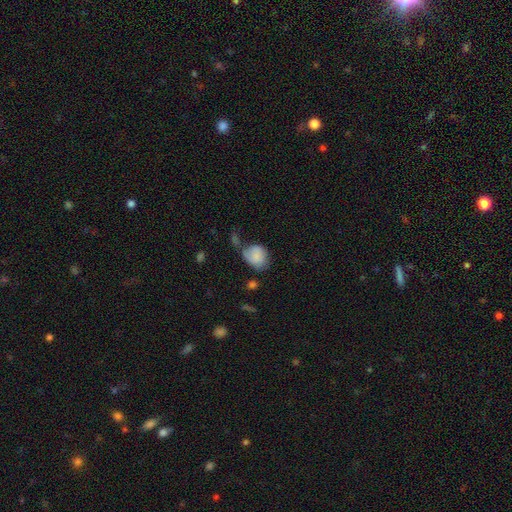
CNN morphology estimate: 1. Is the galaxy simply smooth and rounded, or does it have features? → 76% smooth, 16% featured or disk, 8% star or artifact.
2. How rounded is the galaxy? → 51% round, 48% in between, 1% cigar-shaped.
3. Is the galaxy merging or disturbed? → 37% none, 30% minor disturbance, 17% major disturbance, 16% merger.